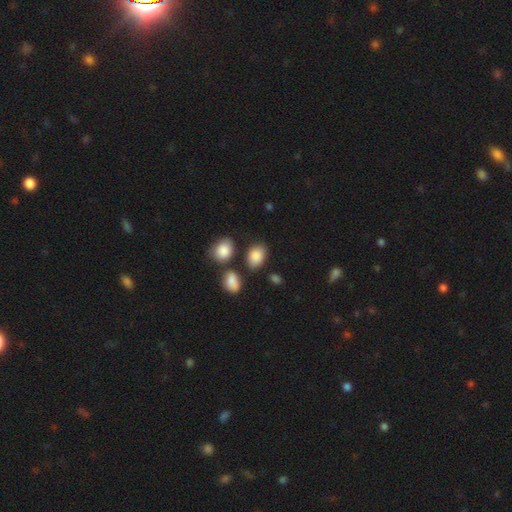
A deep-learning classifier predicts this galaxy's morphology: smooth 87%, star or artifact 8%, featured or disk 5%. Down the decision tree: how rounded — in between (79%); merging — none (73%).